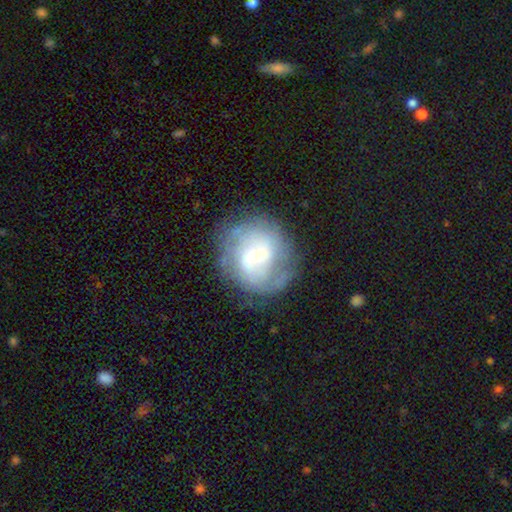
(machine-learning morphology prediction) featured or disk 68%, smooth 24%, star or artifact 8%. Down the decision tree: edge-on disk — no (97%); bar — weak (47%); spiral arms — yes (80%); spiral arm count — 2 (46%); spiral winding — tight (45%); bulge size — small (50%); merging — none (72%).